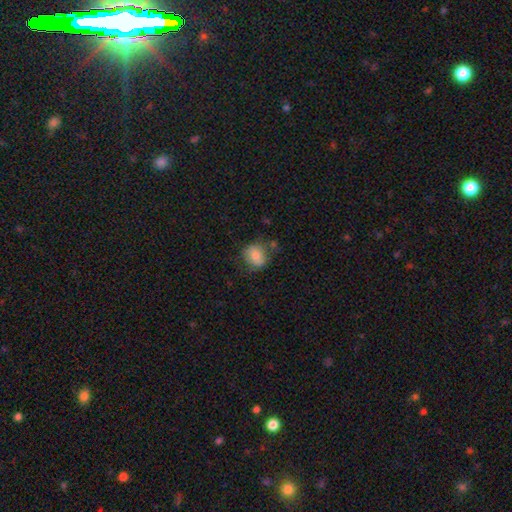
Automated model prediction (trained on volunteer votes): Smooth or featured? smooth (76%)
How rounded? round (71%)
Merging? none (68%)